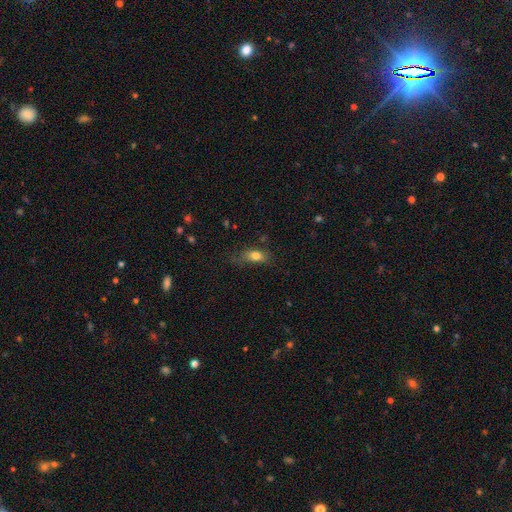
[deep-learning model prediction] This appears to be a smooth galaxy with no disk features (78%) that is in between round and cigar-shaped (78%). Merging: none (56%).